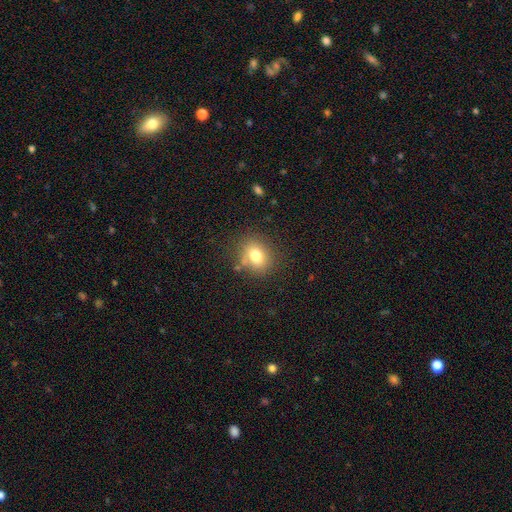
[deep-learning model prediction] Smooth or featured? Predicted: smooth (p=0.75). How rounded? Predicted: round (p=0.61). Merging? Predicted: none (p=0.74).